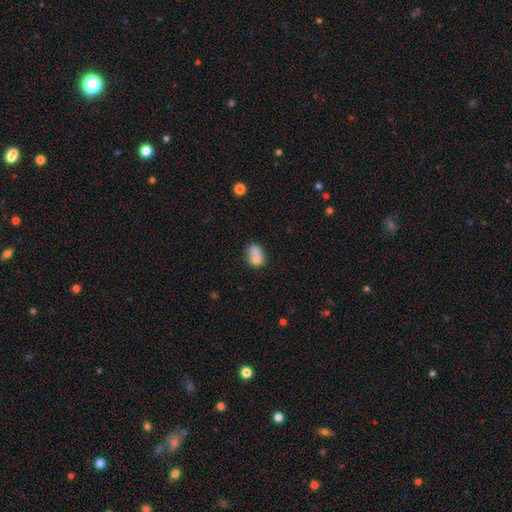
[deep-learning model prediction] A smooth galaxy with no disk features (71%) that is in between round and cigar-shaped (53%).

Vote fractions:
- Smooth or featured? smooth: 71% / featured or disk: 19% / star or artifact: 9%
- How rounded? in between: 53% / round: 46% / cigar-shaped: 1%
- Merging? merger: 59% / none: 27% / minor disturbance: 10% / major disturbance: 4%